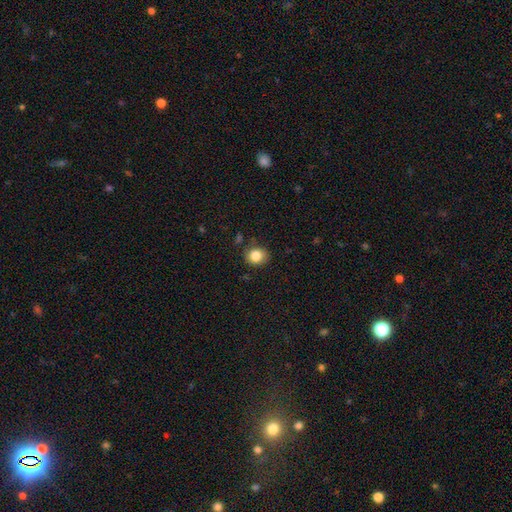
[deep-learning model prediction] smooth 85%, star or artifact 10%, featured or disk 6%. Down the decision tree: how rounded — round (70%); merging — none (81%).